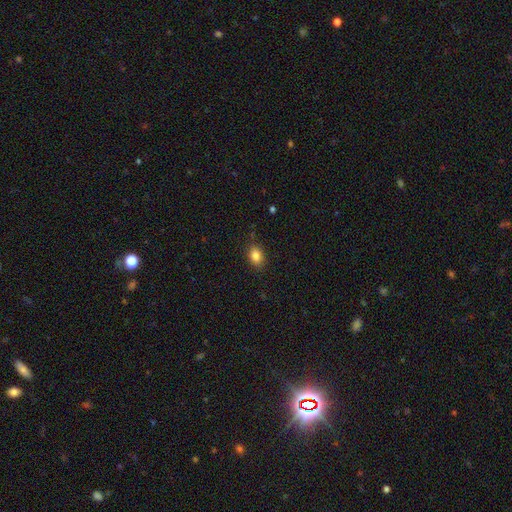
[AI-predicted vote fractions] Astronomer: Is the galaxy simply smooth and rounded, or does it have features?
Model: smooth — 85%.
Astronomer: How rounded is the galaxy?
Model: in between — 76%.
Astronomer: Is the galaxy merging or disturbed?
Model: none — 85%.